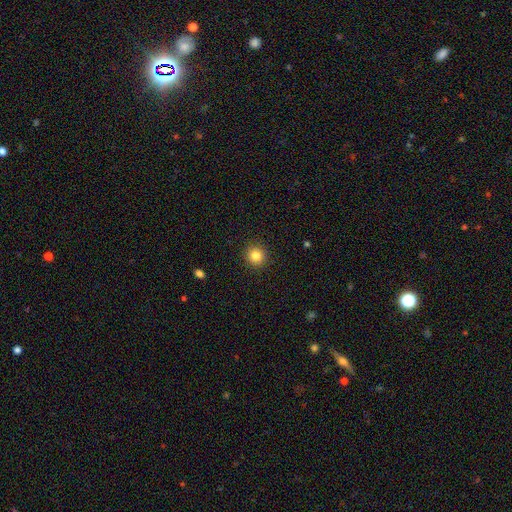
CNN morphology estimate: A smooth galaxy with no disk features (83%) that is round (93%).

Vote fractions:
- Smooth or featured? smooth: 83% / star or artifact: 11% / featured or disk: 6%
- How rounded? round: 93% / in between: 6% / cigar-shaped: 1%
- Merging? none: 92% / minor disturbance: 5% / major disturbance: 2% / merger: 1%